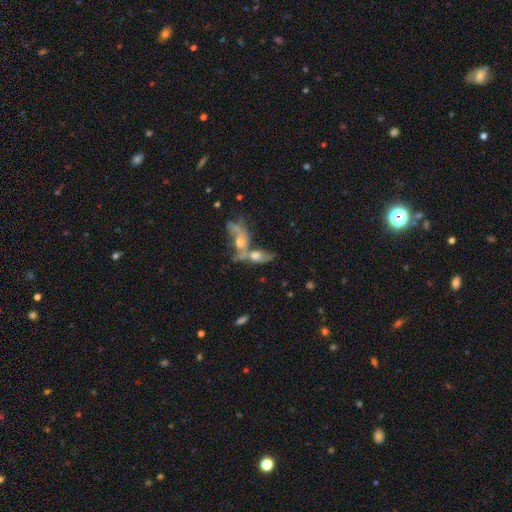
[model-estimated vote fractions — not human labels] smooth-or-featured: featured or disk: 48% | smooth: 40% | star or artifact: 12%
  merging: merger: 71% | none: 12% | major disturbance: 10% | minor disturbance: 7%